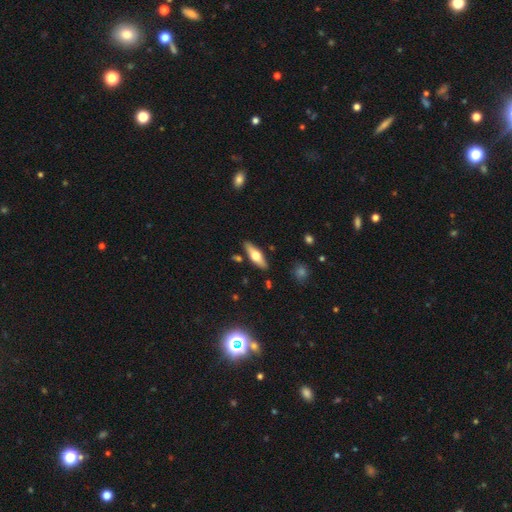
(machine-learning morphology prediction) type=smooth (49%); merging=none (85%).